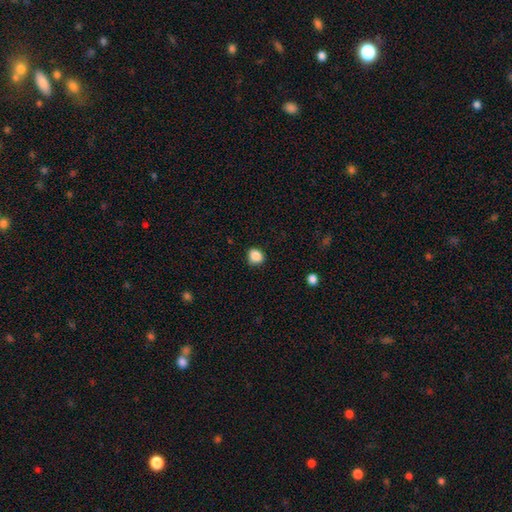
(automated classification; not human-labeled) Smooth or featured? smooth (87%)
How rounded? round (60%)
Merging? none (82%)